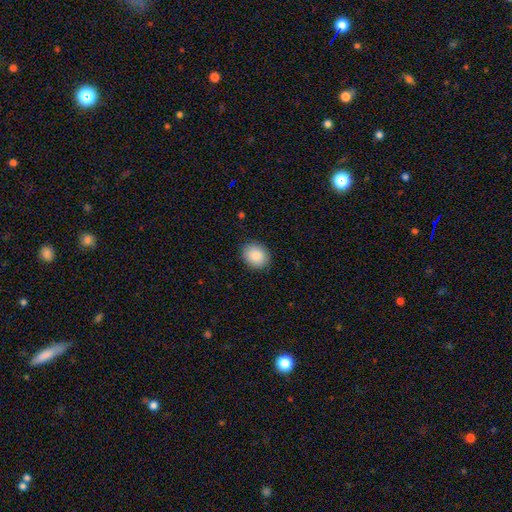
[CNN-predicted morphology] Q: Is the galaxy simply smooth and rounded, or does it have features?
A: smooth — 87%.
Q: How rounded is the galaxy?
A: round — 54%.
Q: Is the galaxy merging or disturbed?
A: none — 88%.